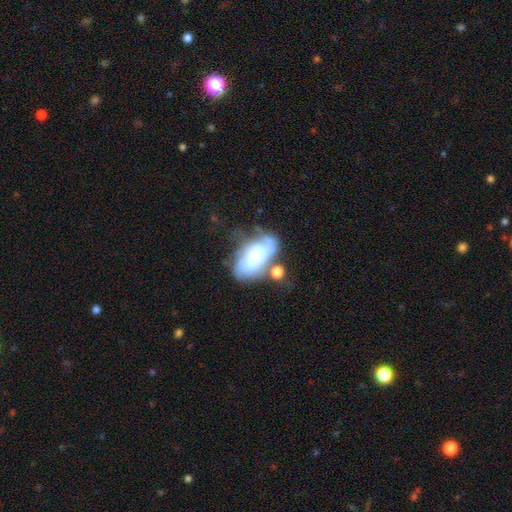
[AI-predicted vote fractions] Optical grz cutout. It shows a featured or disk galaxy (46%). Merging: none (34%).